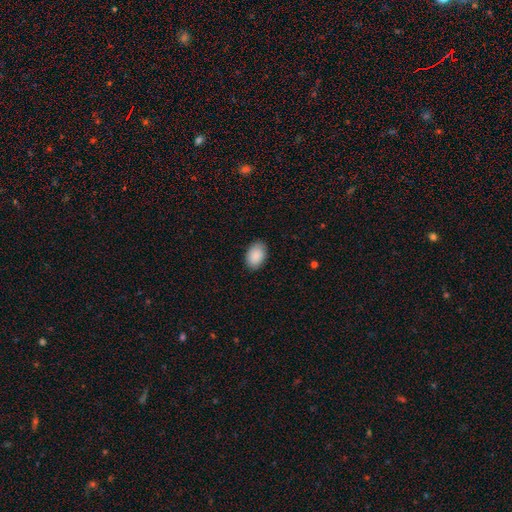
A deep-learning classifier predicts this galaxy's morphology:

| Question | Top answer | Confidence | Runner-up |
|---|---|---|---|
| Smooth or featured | smooth | 89% | star or artifact (6%) |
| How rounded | in between | 87% | round (12%) |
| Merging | none | 85% | minor disturbance (11%) |